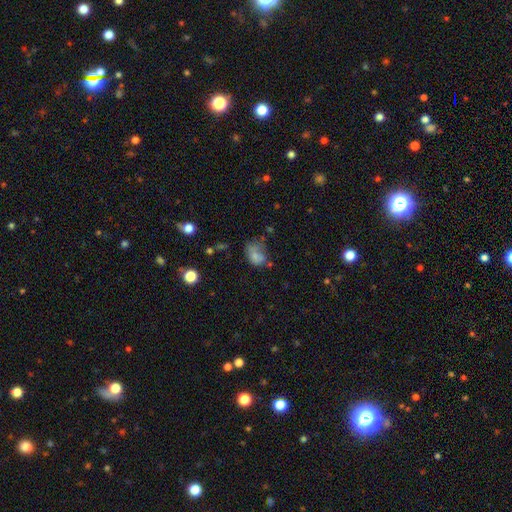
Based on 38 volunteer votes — Q: Smooth or featured?
A: smooth (74%); runner-up: featured or disk (18%)
Q: How rounded?
A: in between (82%); runner-up: round (18%)
Q: Merging?
A: none (34%); runner-up: major disturbance (31%)